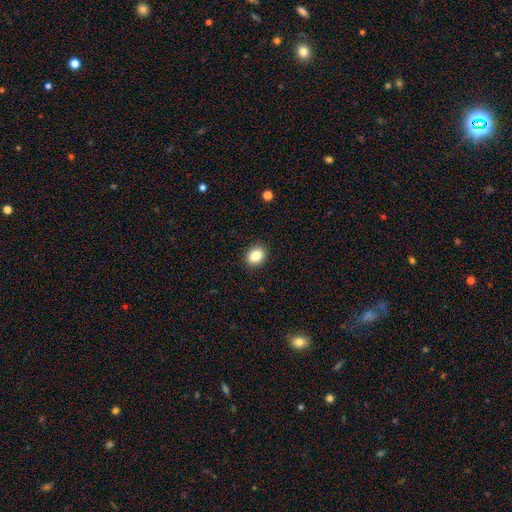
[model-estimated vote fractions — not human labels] smooth 84%, star or artifact 10%, featured or disk 6%. Down the decision tree: how rounded — in between (52%); merging — none (90%).